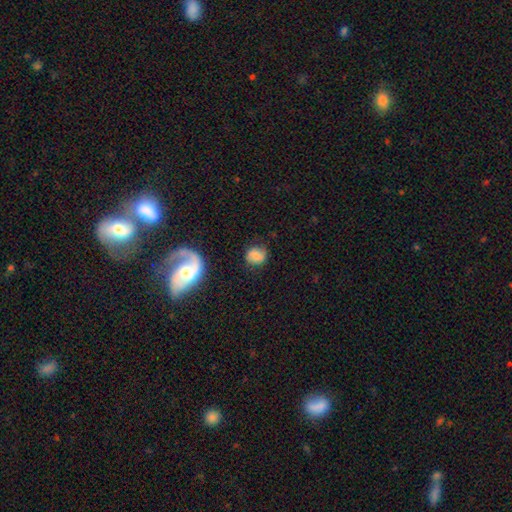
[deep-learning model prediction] Smooth or featured?
  - smooth: 68% *
  - featured or disk: 22%
  - star or artifact: 10%
How rounded?
  - round: 69% *
  - in between: 30%
  - cigar-shaped: 1%
Merging?
  - none: 70% *
  - minor disturbance: 20%
  - major disturbance: 8%
  - merger: 3%